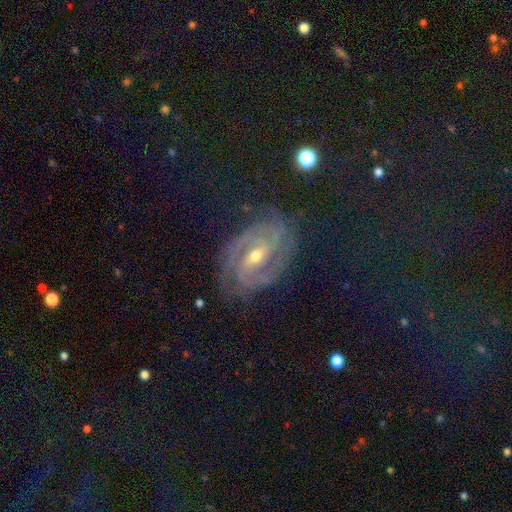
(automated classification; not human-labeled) Overall: featured or disk (90%). Edge-on disk: no (96%). Bar: weak (46%; strong 32%). Spiral arms: yes (97%). Spiral arm count: 2 (46%; 3 24%). Spiral winding: tight (60%; medium 33%). Bulge size: moderate (53%; small 44%). Merging: none (74%).